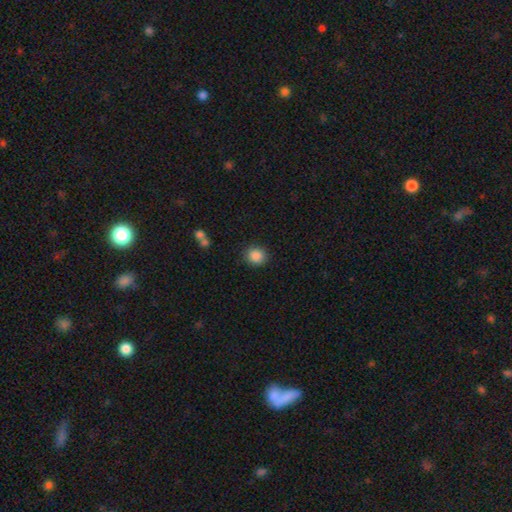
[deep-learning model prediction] This is clearly a smooth galaxy (87%). How rounded: clearly round (81%). Merging: clearly none (87%).